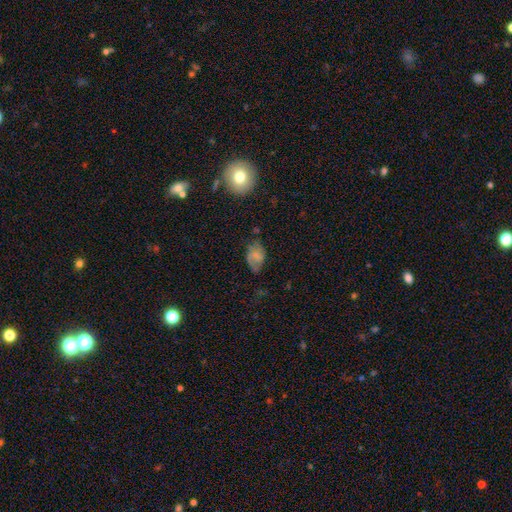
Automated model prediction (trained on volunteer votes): Q: Smooth or featured?
A: smooth (61%); runner-up: featured or disk (28%)
Q: How rounded?
A: in between (88%); runner-up: round (10%)
Q: Merging?
A: none (53%); runner-up: minor disturbance (31%)